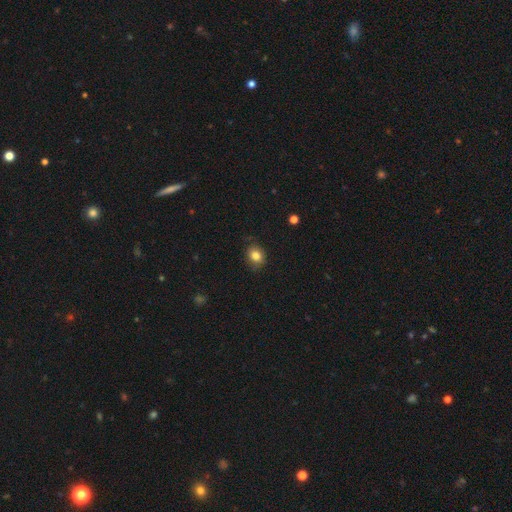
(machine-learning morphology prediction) smooth_or_featured: smooth (p=0.82) [alt: star or artifact p=0.10]
how_rounded: round (p=0.60) [alt: in between p=0.39]
merging: none (p=0.76) [alt: minor disturbance p=0.19]